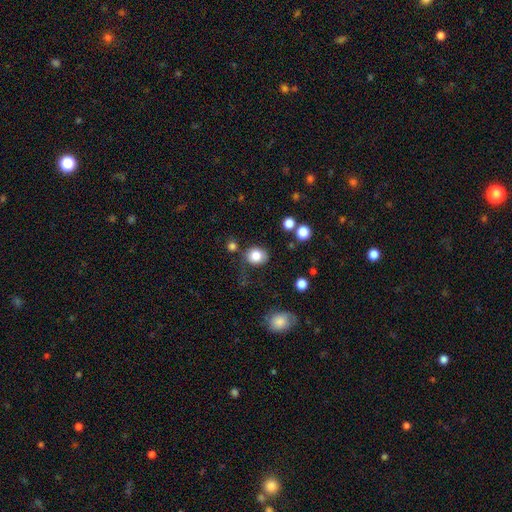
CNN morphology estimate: smooth 82%, star or artifact 10%, featured or disk 8%. Down the decision tree: how rounded — round (65%); merging — none (70%).